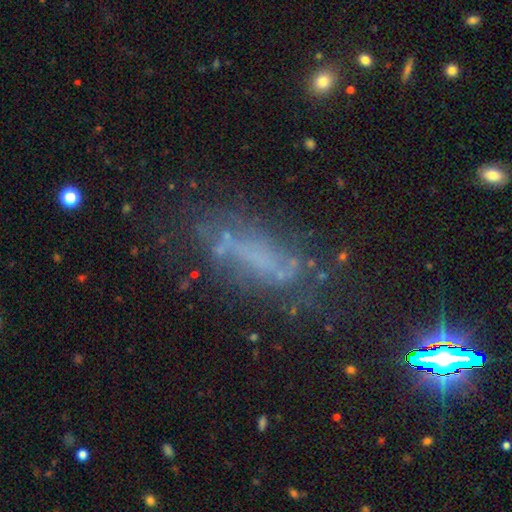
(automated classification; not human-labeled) Morphology: type=featured or disk (49%); merging=none (52%).